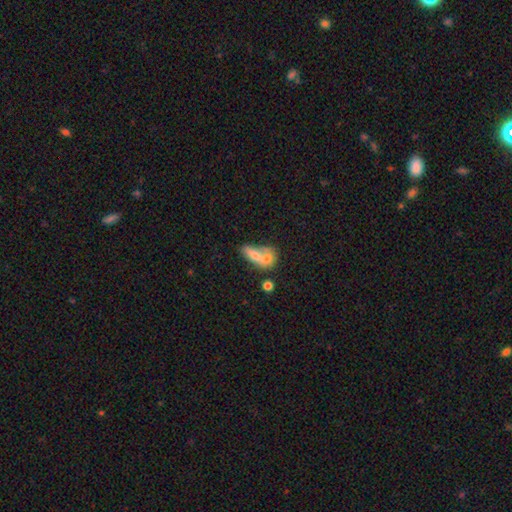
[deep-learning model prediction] This is likely a smooth galaxy (67%). How rounded: likely in between (67%). Merging: likely merger (63%).